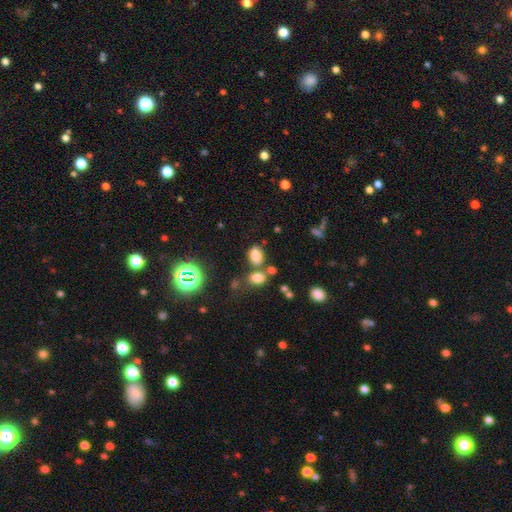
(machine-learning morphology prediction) This appears to be a smooth galaxy with no disk features (75%) that is in between round and cigar-shaped (78%). Merging: none (62%).